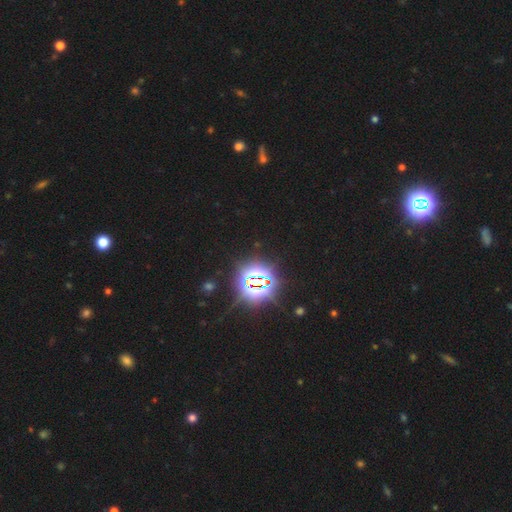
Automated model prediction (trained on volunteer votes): star or artifact 83%, smooth 11%, featured or disk 5%.